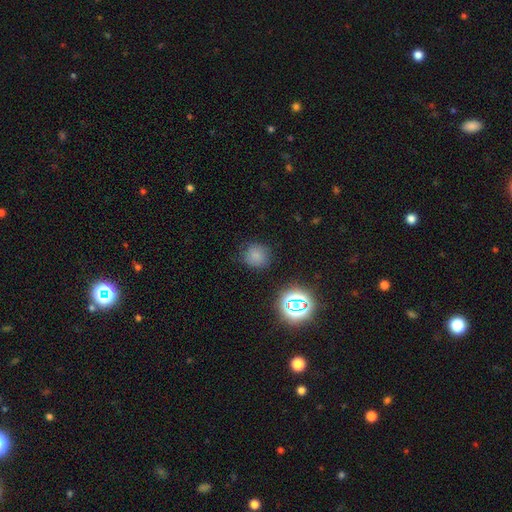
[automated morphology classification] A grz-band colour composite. It shows a smooth galaxy with no disk features (73%) that is round (82%). Merging: none (78%).